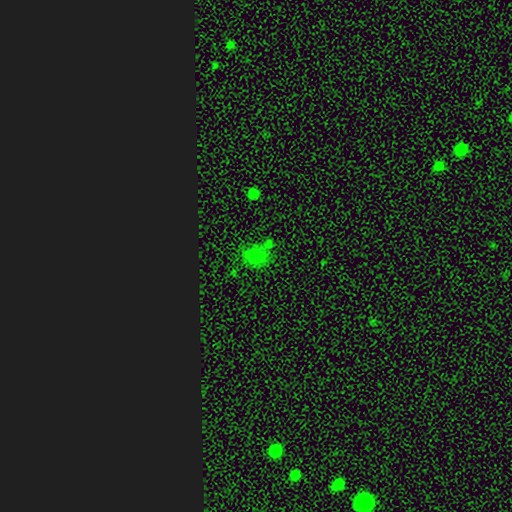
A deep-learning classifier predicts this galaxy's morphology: Smooth or featured? smooth (63%)
How rounded? in between (59%)
Merging? none (59%)